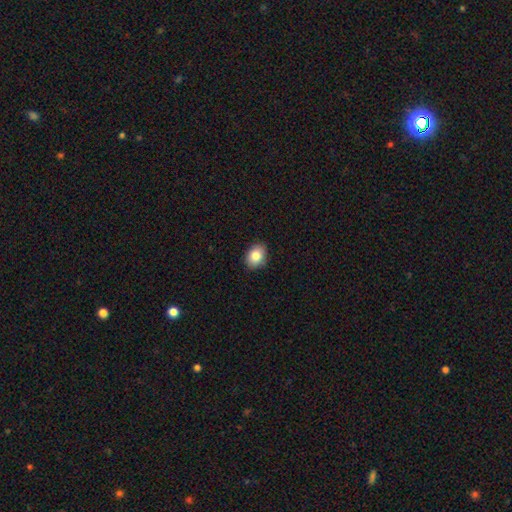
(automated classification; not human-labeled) The model was most divided on "how rounded": in between: 63%, round: 36%, cigar-shaped: 1%. More confident: merging — none (88%); smooth or featured — smooth (85%).